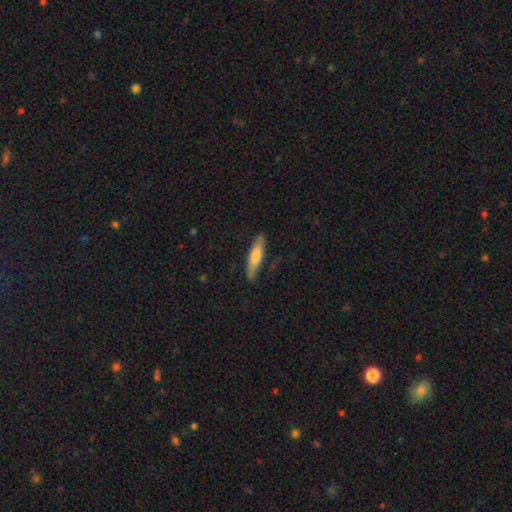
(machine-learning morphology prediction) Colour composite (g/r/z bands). It shows a smooth galaxy with no disk features (68%) that is cigar-shaped (77%). Merging: none (83%).